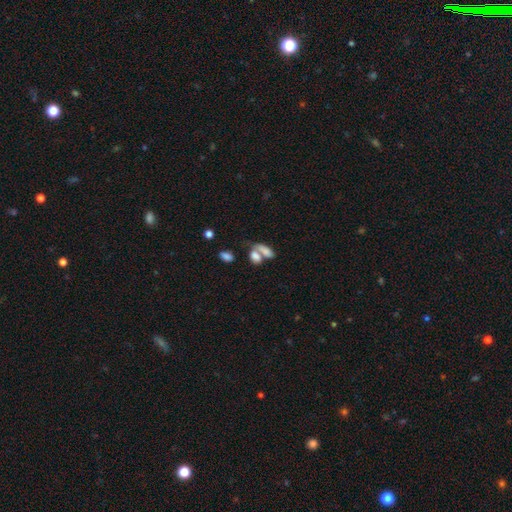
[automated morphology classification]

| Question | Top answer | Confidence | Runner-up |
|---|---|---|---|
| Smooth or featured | smooth | 76% | featured or disk (14%) |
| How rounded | in between | 85% | round (10%) |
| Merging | merger | 57% | none (26%) |